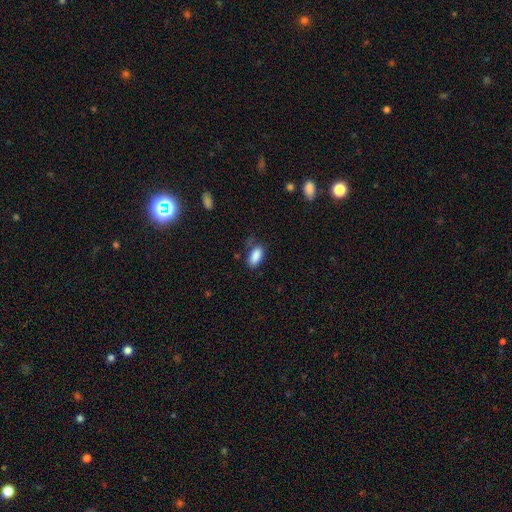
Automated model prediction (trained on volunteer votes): Overall: smooth (88%). How rounded: in between (91%). Merging: none (70%).